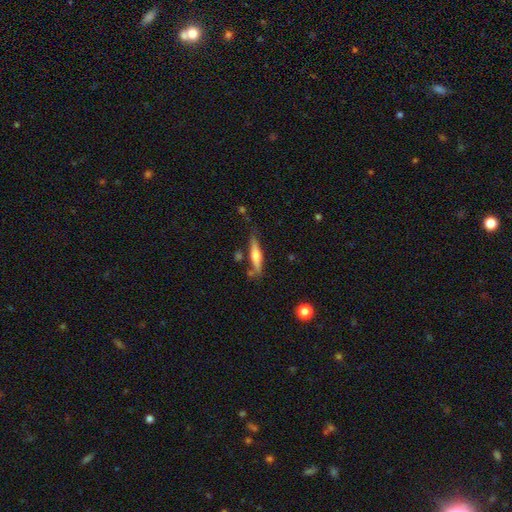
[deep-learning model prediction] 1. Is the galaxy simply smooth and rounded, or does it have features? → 47% smooth (tied), 47% featured or disk (tied), 7% star or artifact.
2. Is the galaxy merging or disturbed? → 70% none, 18% minor disturbance, 7% merger, 5% major disturbance.